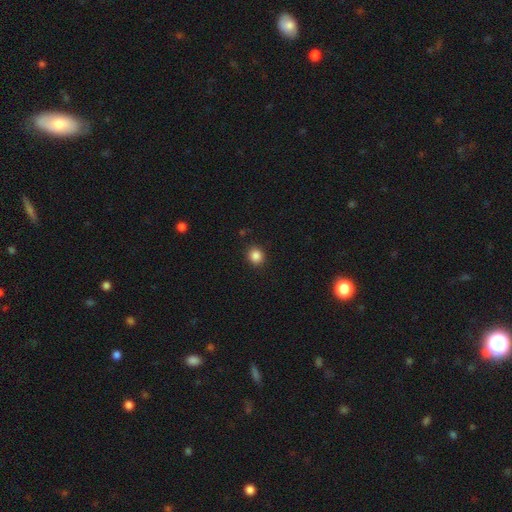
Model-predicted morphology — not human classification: Overall: smooth (86%). How rounded: round (84%). Merging: none (90%).